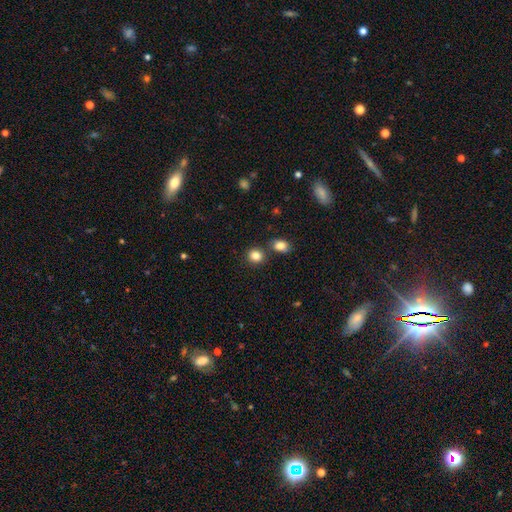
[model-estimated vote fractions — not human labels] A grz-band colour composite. It shows a smooth galaxy with no disk features (85%) that is round (79%). Merging: none (78%).